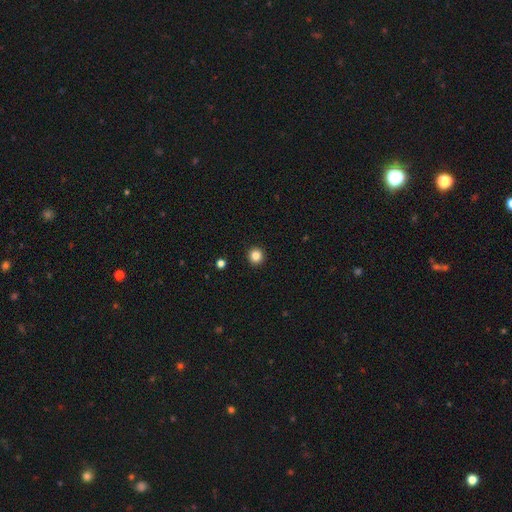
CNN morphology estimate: This appears to be a smooth galaxy with no disk features (85%) that is round (95%). Merging: none (94%).